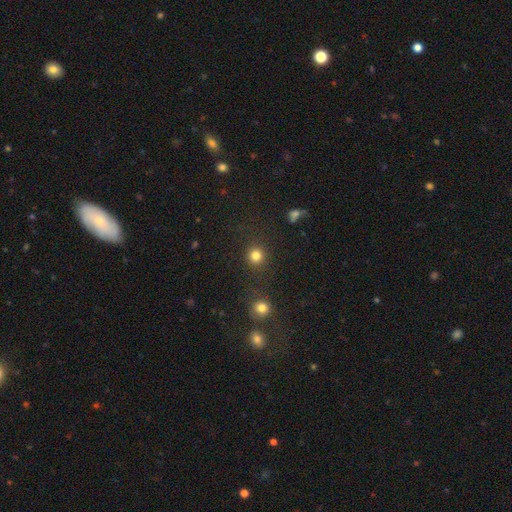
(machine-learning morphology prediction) The model was most divided on "smooth or featured": smooth: 83%, star or artifact: 13%, featured or disk: 4%. More confident: how rounded — round (92%); merging — none (88%).